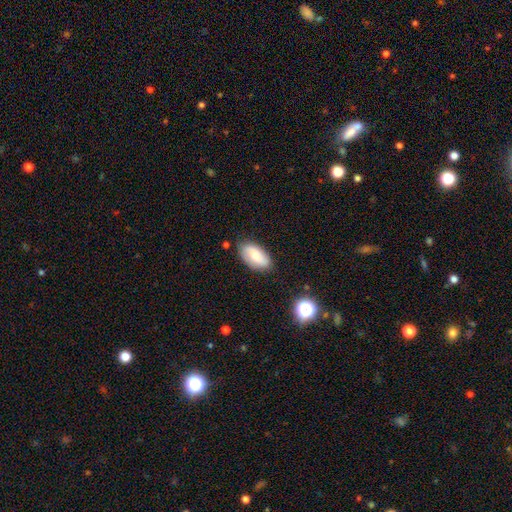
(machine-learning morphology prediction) Overall: smooth (65%; featured or disk 28%). How rounded: in between (93%). Merging: none (79%).